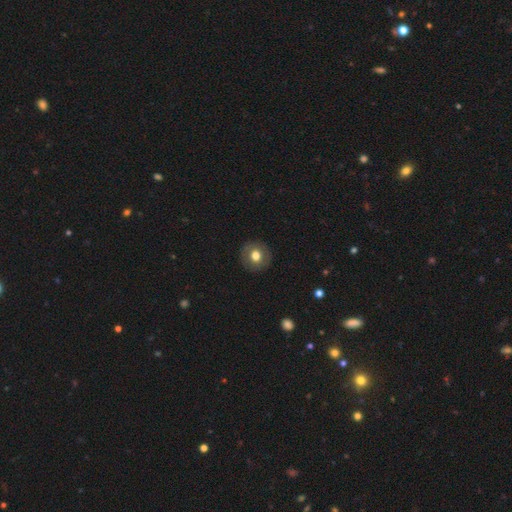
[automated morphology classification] type=smooth (70%); roundness=round (91%); merging=none (90%).